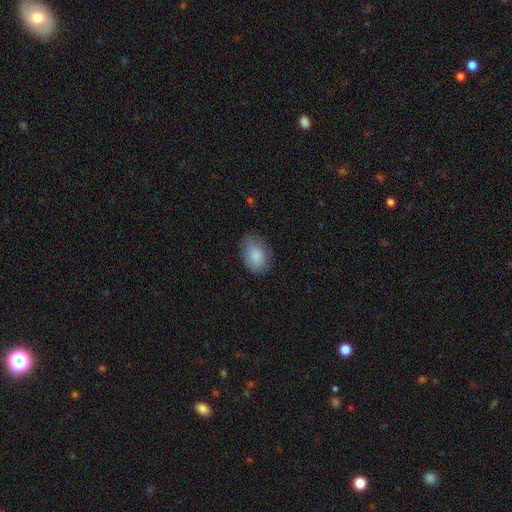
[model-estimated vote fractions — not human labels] A smooth galaxy with no disk features (85%) that is in between round and cigar-shaped (80%).

Vote fractions:
- Smooth or featured? smooth: 85% / featured or disk: 8% / star or artifact: 7%
- How rounded? in between: 80% / round: 19% / cigar-shaped: 1%
- Merging? none: 76% / minor disturbance: 19% / major disturbance: 5% / merger: 1%